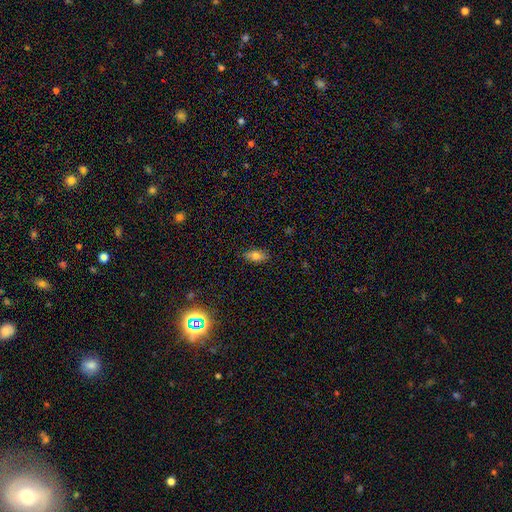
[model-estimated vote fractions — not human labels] A smooth galaxy with no disk features (72%) that is in between round and cigar-shaped (85%). Merging: none (86%).